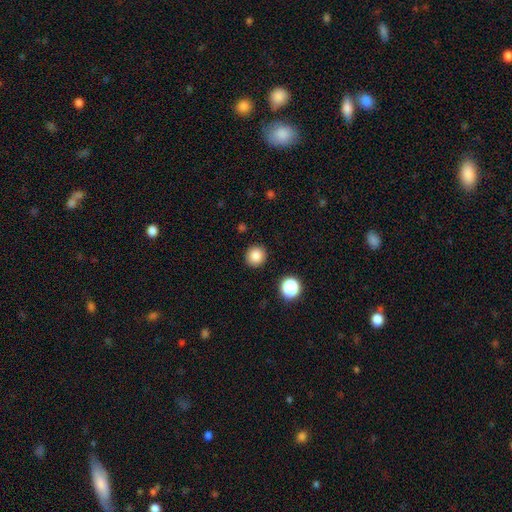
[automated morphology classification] type=smooth (85%); roundness=round (92%); merging=none (91%).